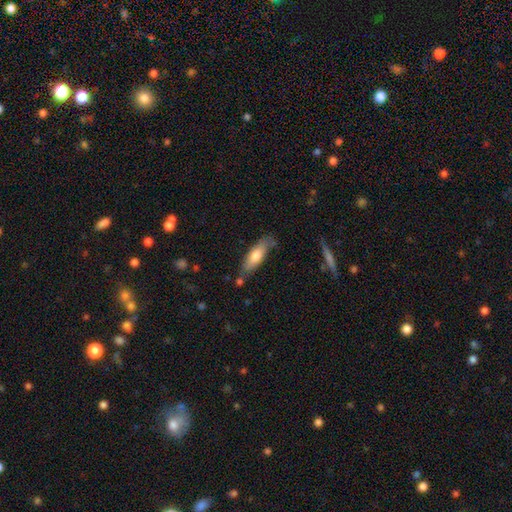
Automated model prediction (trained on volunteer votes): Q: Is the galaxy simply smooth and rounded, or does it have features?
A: smooth — 73%.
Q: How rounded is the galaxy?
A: in between — 55%.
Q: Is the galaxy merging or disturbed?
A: none — 70%.